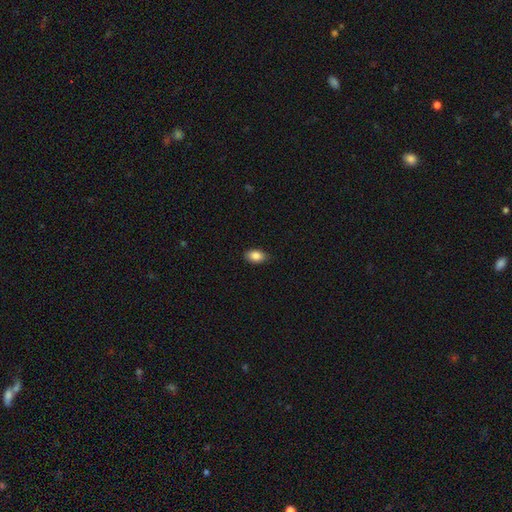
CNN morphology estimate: smooth_or_featured: smooth (p=0.86) [alt: star or artifact p=0.08]
how_rounded: in between (p=0.90) [alt: round p=0.08]
merging: none (p=0.84) [alt: minor disturbance p=0.13]